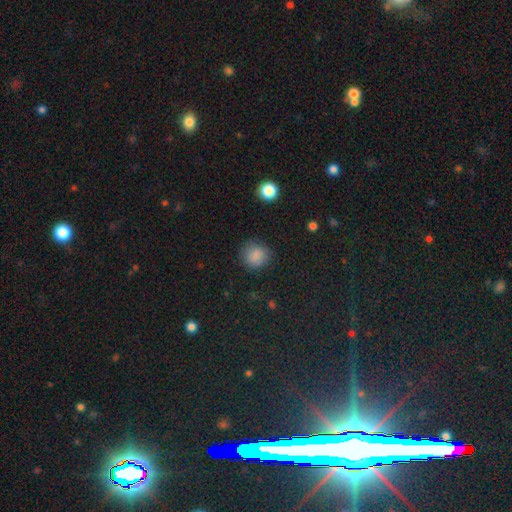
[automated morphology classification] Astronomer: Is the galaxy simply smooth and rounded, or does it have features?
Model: smooth — 84%.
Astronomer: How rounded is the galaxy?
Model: round — 87%.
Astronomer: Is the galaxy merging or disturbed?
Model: none — 83%.